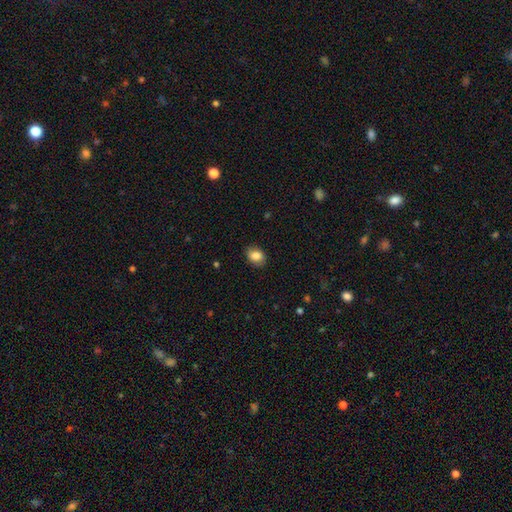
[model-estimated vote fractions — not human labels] This appears to be a smooth galaxy with no disk features (84%) that is in between round and cigar-shaped (63%). Merging: none (85%).